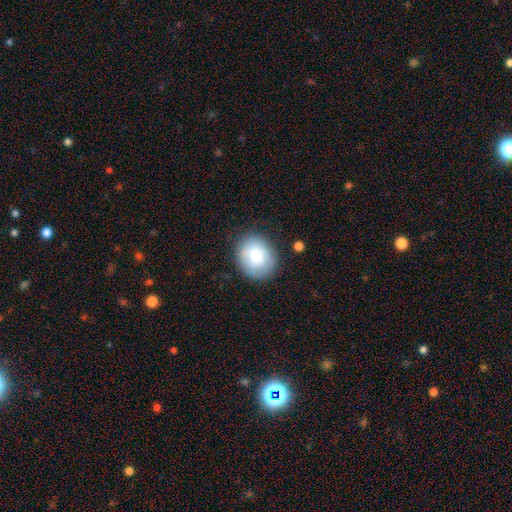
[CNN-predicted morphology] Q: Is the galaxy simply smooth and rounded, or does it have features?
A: smooth — 77%.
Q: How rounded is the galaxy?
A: round — 64%.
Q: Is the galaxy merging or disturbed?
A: none — 78%.